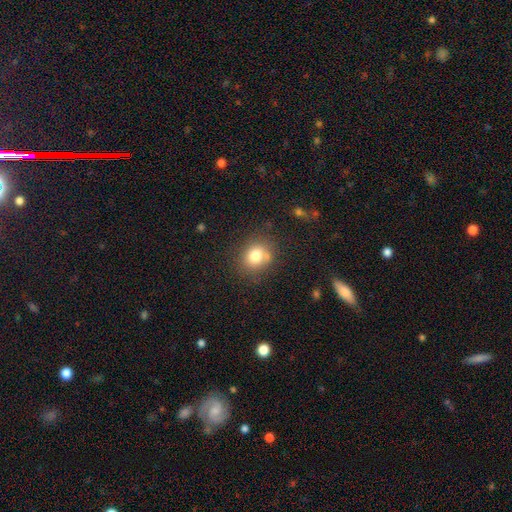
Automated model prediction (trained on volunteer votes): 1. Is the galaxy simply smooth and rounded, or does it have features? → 78% smooth, 11% star or artifact, 10% featured or disk.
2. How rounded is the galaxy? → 70% round, 29% in between, 1% cigar-shaped.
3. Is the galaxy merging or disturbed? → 69% none, 18% minor disturbance, 7% merger, 6% major disturbance.